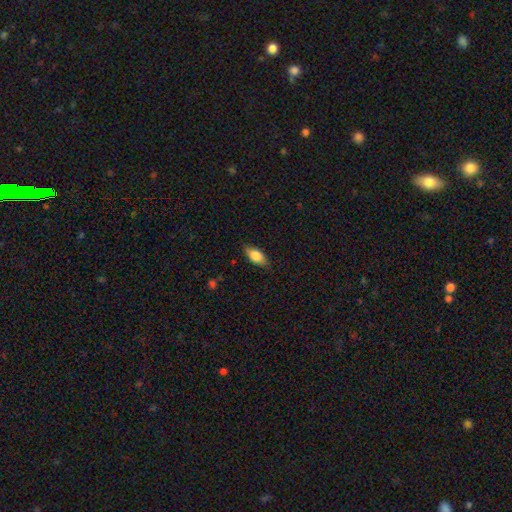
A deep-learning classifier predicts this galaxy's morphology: A smooth galaxy with no disk features (82%) that is in between round and cigar-shaped (87%). Merging: none (84%).